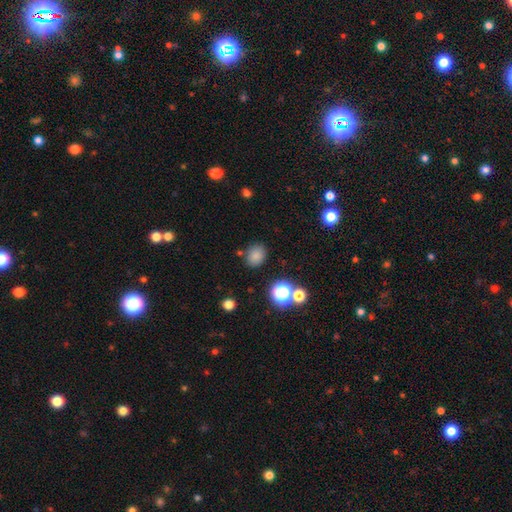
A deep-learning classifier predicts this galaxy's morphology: Q: Smooth or featured?
A: smooth (79%); runner-up: star or artifact (15%)
Q: How rounded?
A: round (51%); runner-up: in between (47%)
Q: Merging?
A: none (79%); runner-up: minor disturbance (12%)